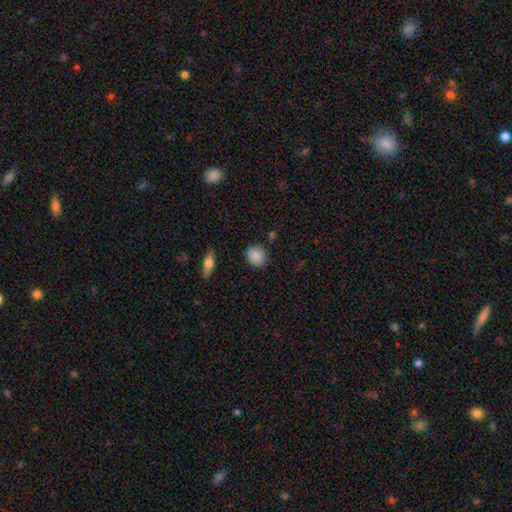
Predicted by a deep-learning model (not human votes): Q: Smooth or featured?
A: smooth (87%); runner-up: star or artifact (7%)
Q: How rounded?
A: round (76%); runner-up: in between (23%)
Q: Merging?
A: none (86%); runner-up: minor disturbance (10%)